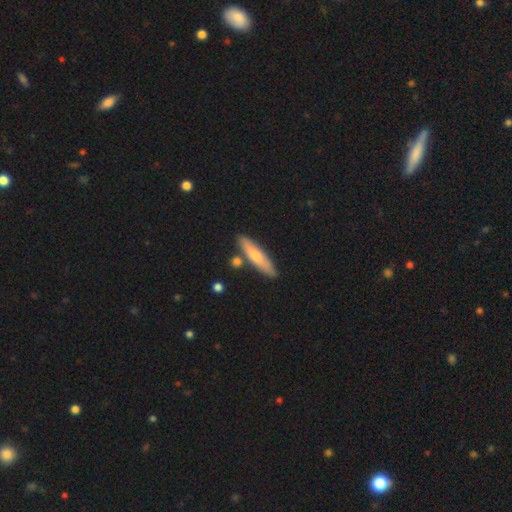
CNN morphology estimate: Smooth or featured? smooth (66%)
How rounded? cigar-shaped (80%)
Merging? none (82%)